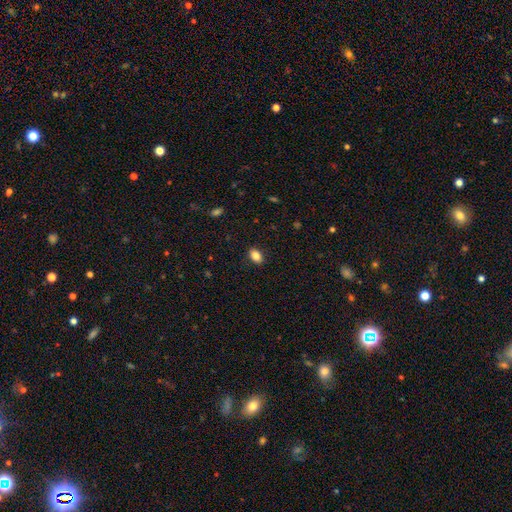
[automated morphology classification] Smooth or featured? Predicted: smooth (p=0.84). How rounded? Predicted: in between (p=0.83). Merging? Predicted: none (p=0.88).